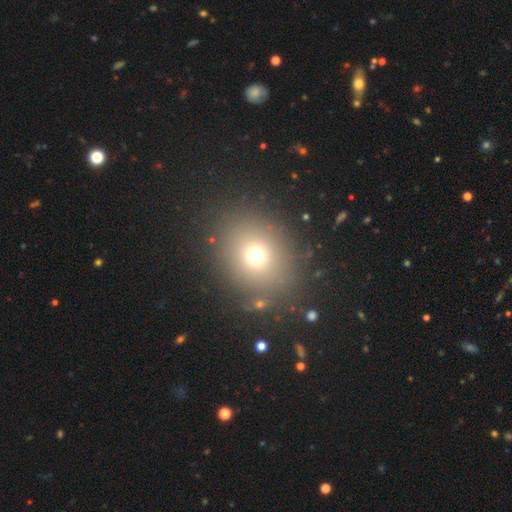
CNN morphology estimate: This appears to be a smooth galaxy with no disk features (68%) that is round (71%). Merging: none (83%).